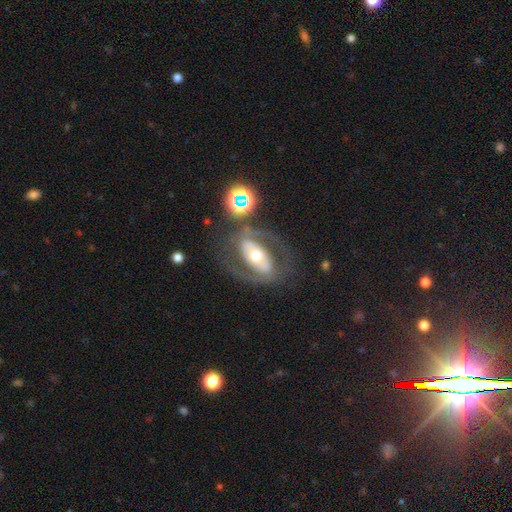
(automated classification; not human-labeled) Smooth or featured: featured or disk — 74% (smooth — 18%)
Edge-on disk: no — 93% (yes — 7%)
Bar: strong — 39% (no — 38%)
Spiral arms: yes — 63% (no — 37%)
Bulge size: moderate — 69% (small — 16%)
Merging: none — 67% (major disturbance — 14%)